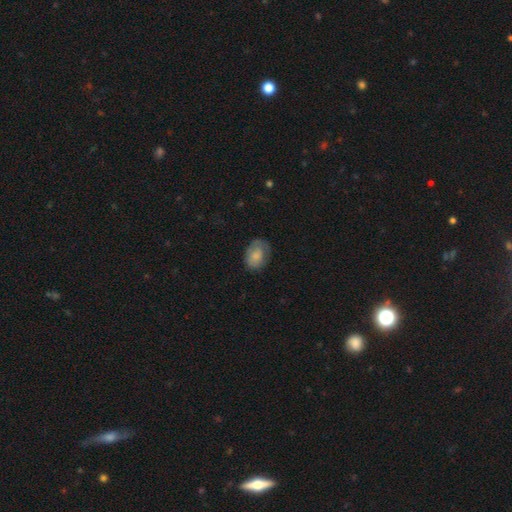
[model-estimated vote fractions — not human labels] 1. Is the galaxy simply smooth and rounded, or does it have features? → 76% smooth, 17% featured or disk, 7% star or artifact.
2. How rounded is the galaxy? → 75% in between, 24% round, 1% cigar-shaped.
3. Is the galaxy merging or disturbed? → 65% none, 25% minor disturbance, 9% major disturbance, 1% merger.